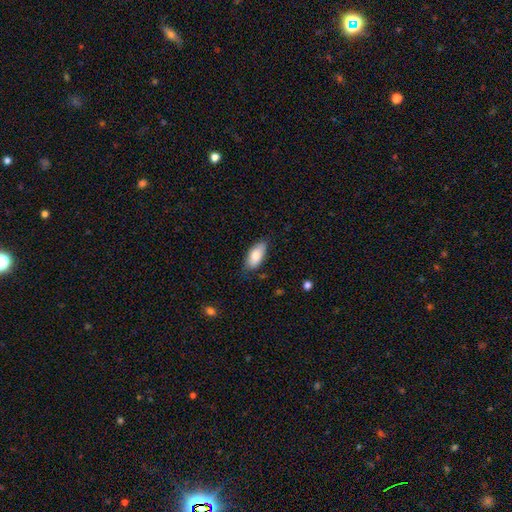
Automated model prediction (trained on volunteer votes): smooth 82%, featured or disk 12%, star or artifact 6%. Down the decision tree: how rounded — in between (88%); merging — none (77%).